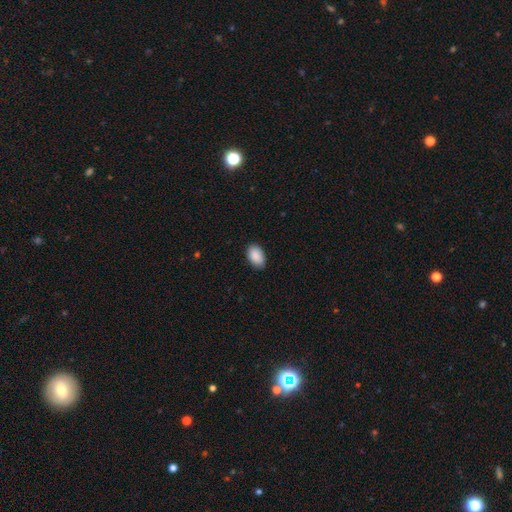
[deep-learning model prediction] A smooth galaxy with no disk features (90%) that is in between round and cigar-shaped (92%). Merging: none (86%).